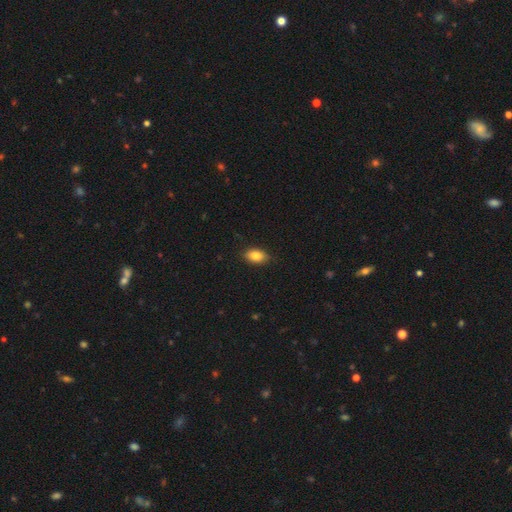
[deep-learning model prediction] Smooth or featured? Predicted: smooth (p=0.83). How rounded? Predicted: in between (p=0.88). Merging? Predicted: none (p=0.86).